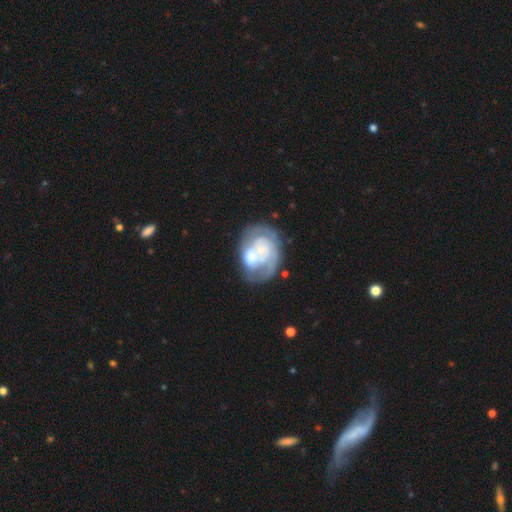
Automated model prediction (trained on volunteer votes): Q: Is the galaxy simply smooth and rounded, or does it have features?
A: featured or disk — 68%.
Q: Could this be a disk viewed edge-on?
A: no — 98%.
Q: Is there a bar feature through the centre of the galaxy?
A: no — 83%.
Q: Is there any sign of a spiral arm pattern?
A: yes — 62%.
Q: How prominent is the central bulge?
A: small — 43%.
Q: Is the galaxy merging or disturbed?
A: none — 34%.